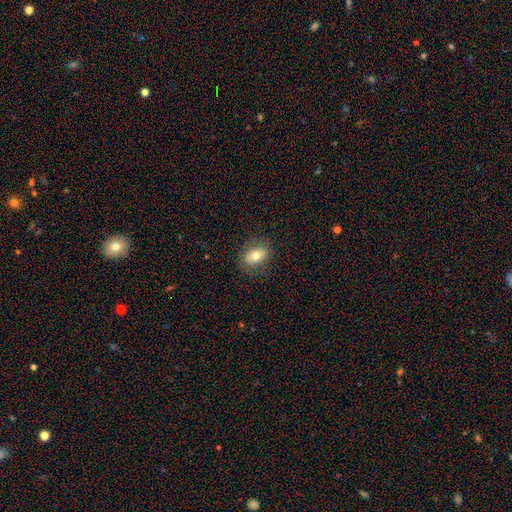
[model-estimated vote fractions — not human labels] Smooth or featured? Predicted: smooth (p=0.70). How rounded? Predicted: in between (p=0.81). Merging? Predicted: none (p=0.82).